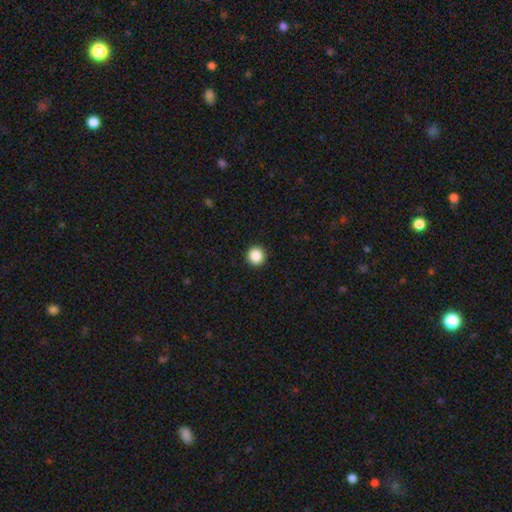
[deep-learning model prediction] Morphology: type=smooth (87%); roundness=round (95%); merging=none (93%).